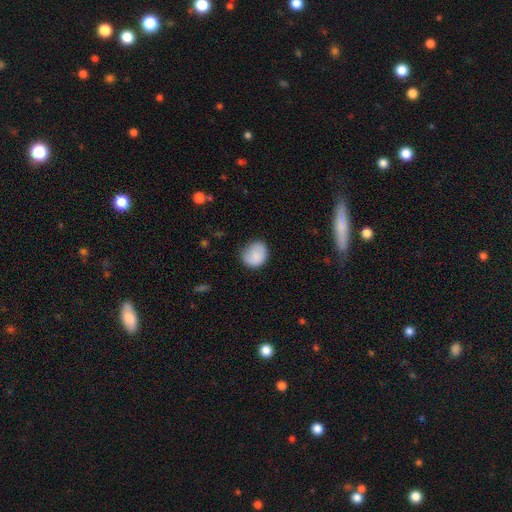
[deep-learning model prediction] Q: Smooth or featured?
A: smooth (83%); runner-up: featured or disk (10%)
Q: How rounded?
A: round (63%); runner-up: in between (36%)
Q: Merging?
A: none (66%); runner-up: minor disturbance (27%)